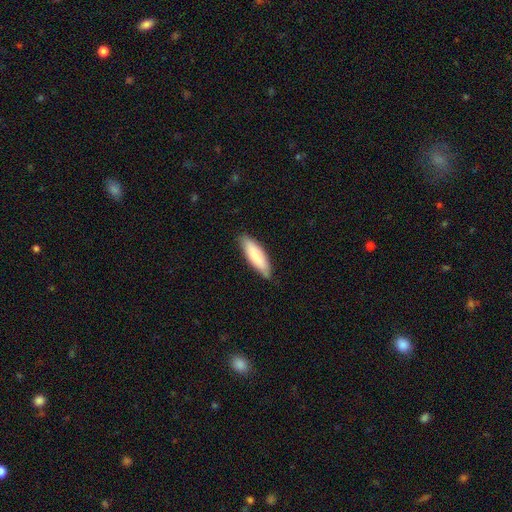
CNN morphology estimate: This appears to be a smooth galaxy with no disk features (81%) that is cigar-shaped (55%). Merging: none (82%).